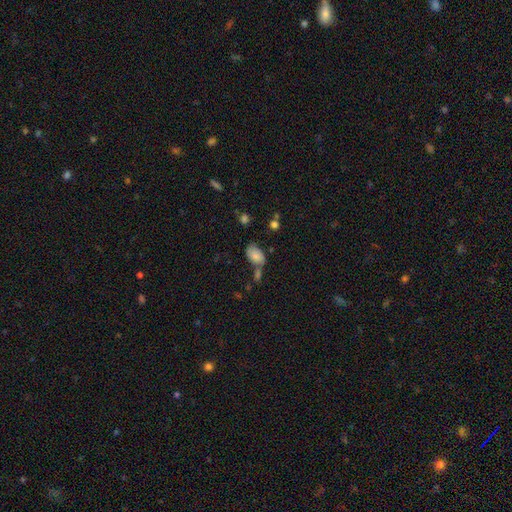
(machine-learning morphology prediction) Smooth or featured?
  - smooth: 80% *
  - featured or disk: 12%
  - star or artifact: 9%
How rounded?
  - in between: 91% *
  - round: 7%
  - cigar-shaped: 2%
Merging?
  - none: 45% *
  - merger: 24%
  - minor disturbance: 22%
  - major disturbance: 8%